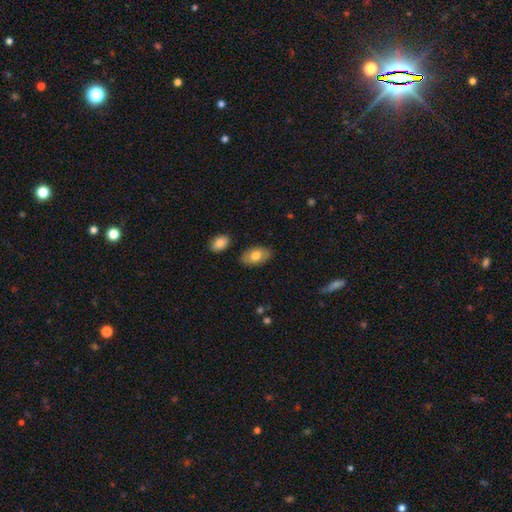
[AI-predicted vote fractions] Morphology: type=smooth (76%); roundness=in between (92%); merging=none (85%).